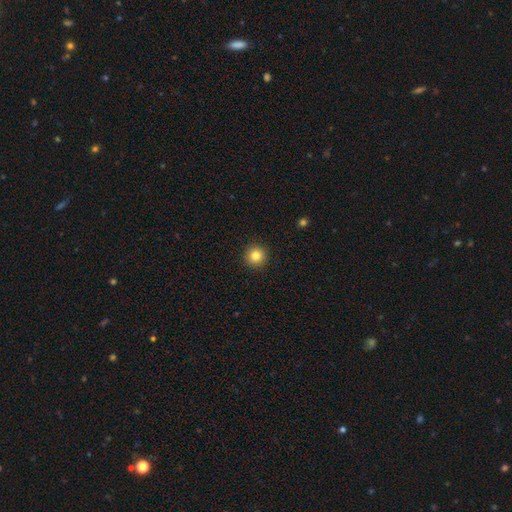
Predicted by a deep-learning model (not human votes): A smooth galaxy with no disk features (83%) that is round (96%).

Vote fractions:
- Smooth or featured? smooth: 83% / star or artifact: 11% / featured or disk: 6%
- How rounded? round: 96% / in between: 3% / cigar-shaped: 1%
- Merging? none: 93% / minor disturbance: 5% / major disturbance: 2% / merger: 1%